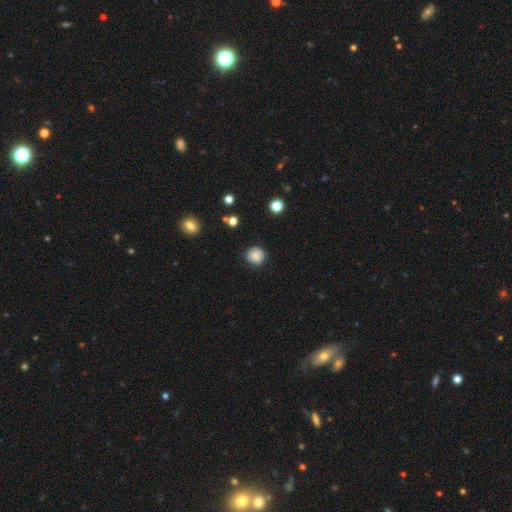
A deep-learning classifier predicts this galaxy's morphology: This is clearly a smooth galaxy (82%). How rounded: clearly round (89%). Merging: clearly none (81%).